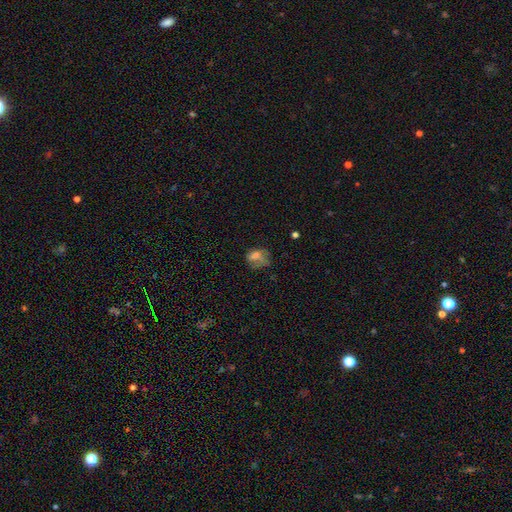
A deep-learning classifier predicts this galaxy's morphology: A smooth galaxy with no disk features (59%) that is in between round and cigar-shaped (59%). Merging: none (37%).